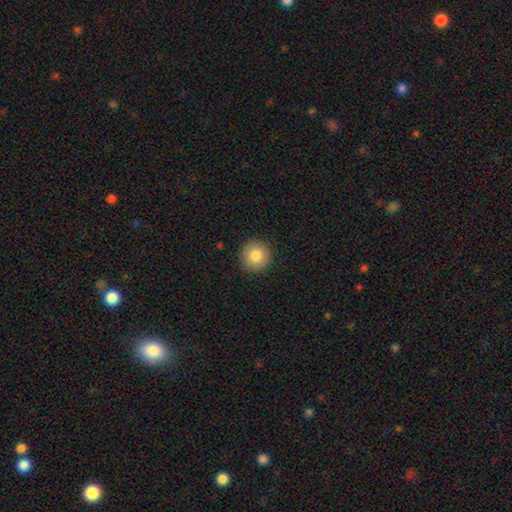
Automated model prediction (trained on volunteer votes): Smooth or featured?
  - smooth: 83% *
  - featured or disk: 8%
  - star or artifact: 8%
How rounded?
  - round: 96% *
  - in between: 4%
  - cigar-shaped: 1%
Merging?
  - none: 92% *
  - minor disturbance: 6%
  - major disturbance: 2%
  - merger: 1%